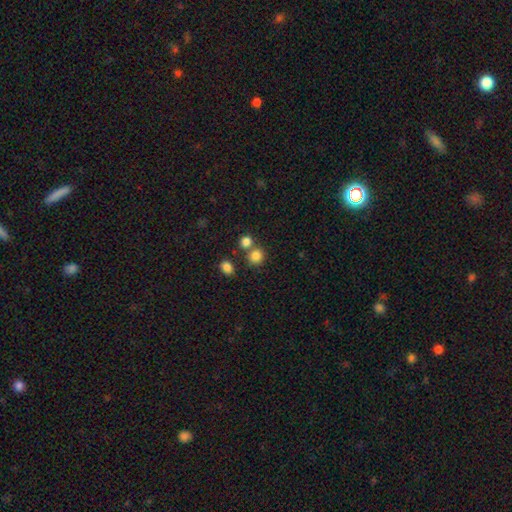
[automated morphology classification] This appears to be a smooth galaxy with no disk features (82%) that is round (85%). Merging: none (63%).